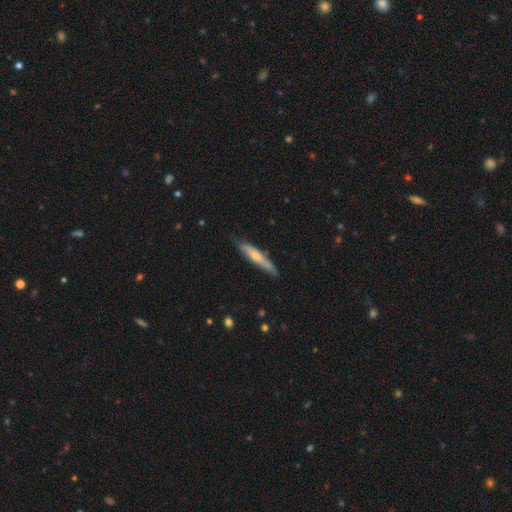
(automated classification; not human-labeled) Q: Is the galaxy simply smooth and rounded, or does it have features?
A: featured or disk — 50%.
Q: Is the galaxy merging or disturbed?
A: none — 80%.